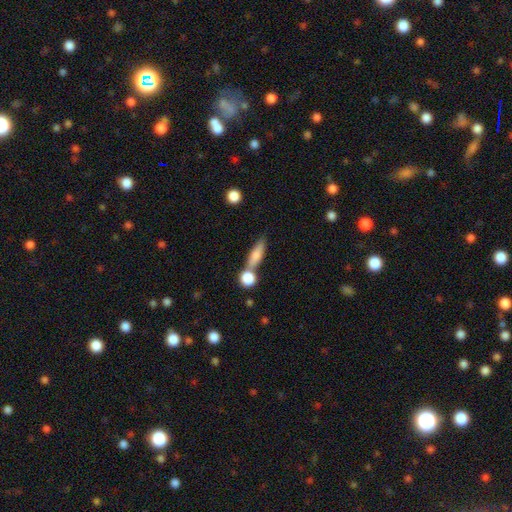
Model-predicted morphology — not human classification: This appears to be a smooth galaxy with no disk features (72%) that is cigar-shaped (51%). Merging: none (52%).